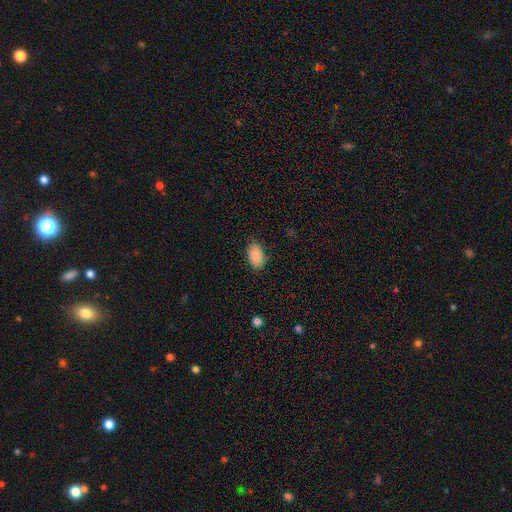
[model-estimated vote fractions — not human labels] A smooth galaxy with no disk features (87%) that is in between round and cigar-shaped (93%).

Vote fractions:
- Smooth or featured? smooth: 87% / star or artifact: 7% / featured or disk: 5%
- How rounded? in between: 93% / round: 5% / cigar-shaped: 2%
- Merging? none: 84% / minor disturbance: 12% / major disturbance: 3% / merger: 1%